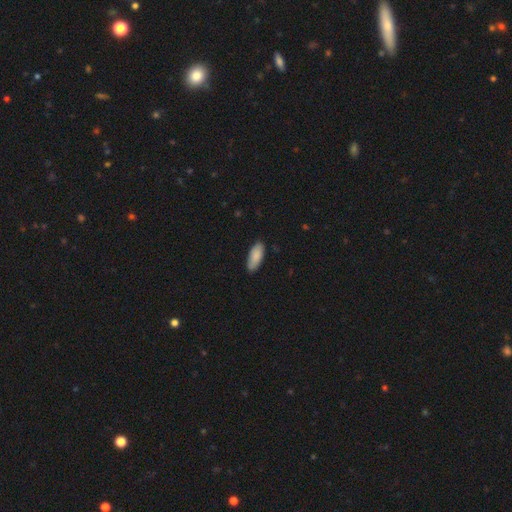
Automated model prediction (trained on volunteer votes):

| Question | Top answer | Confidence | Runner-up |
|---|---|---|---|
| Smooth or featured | smooth | 86% | featured or disk (8%) |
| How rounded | in between | 81% | cigar-shaped (17%) |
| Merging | none | 84% | minor disturbance (13%) |